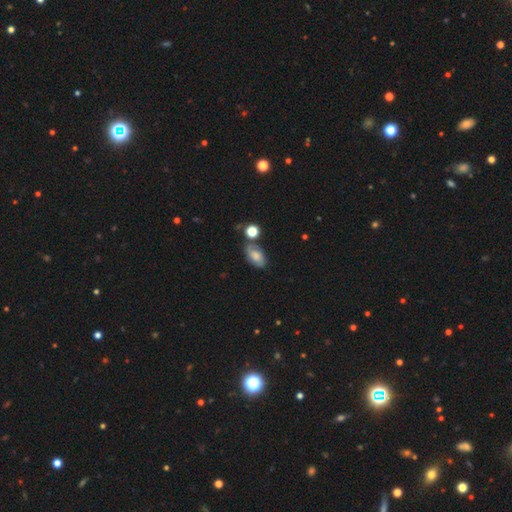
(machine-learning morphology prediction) smooth-or-featured: smooth: 56% | featured or disk: 32% | star or artifact: 12%
  how-rounded: in between: 88% | round: 10% | cigar-shaped: 2%
  merging: none: 60% | minor disturbance: 21% | merger: 12% | major disturbance: 7%